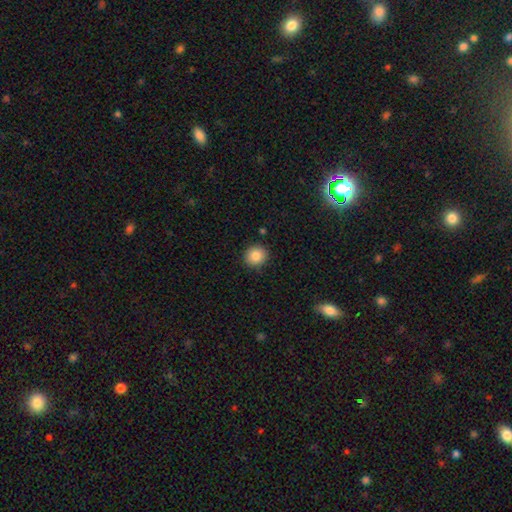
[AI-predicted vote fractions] A smooth galaxy with no disk features (86%) that is round (87%). Merging: none (90%).